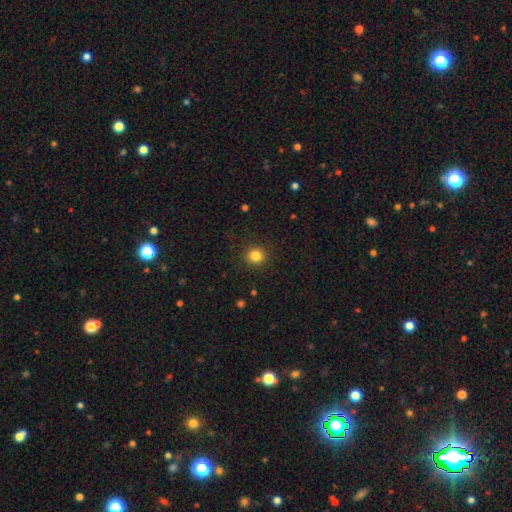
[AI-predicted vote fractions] smooth 83%, star or artifact 12%, featured or disk 5%. Down the decision tree: how rounded — round (93%); merging — none (91%).